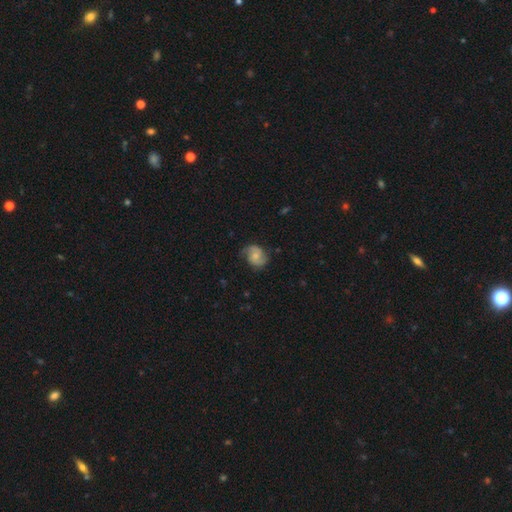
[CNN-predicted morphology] smooth_or_featured: featured or disk (p=0.58) [alt: smooth p=0.34]
disk_edge_on: no (p=0.98) [alt: yes p=0.02]
bar: no (p=0.64) [alt: weak p=0.31]
has_spiral_arms: yes (p=0.92) [alt: no p=0.08]
spiral_winding: medium (p=0.46) [alt: loose p=0.27]
spiral_arm_count: 2 (p=0.85) [alt: can't tell p=0.08]
bulge_size: small (p=0.46) [alt: moderate p=0.35]
merging: none (p=0.70) [alt: minor disturbance p=0.22]